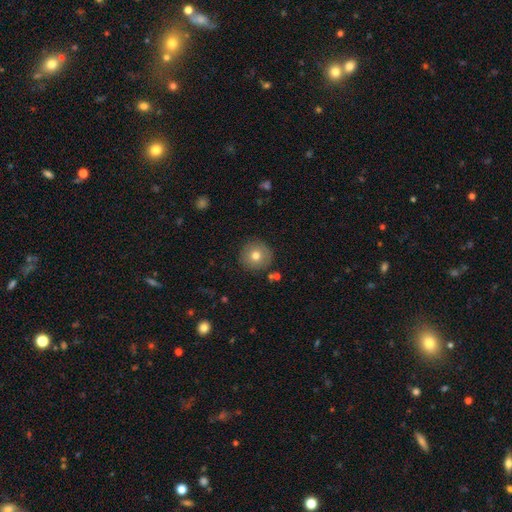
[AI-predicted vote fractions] smooth 75%, featured or disk 14%, star or artifact 10%. Down the decision tree: how rounded — round (95%); merging — none (89%).